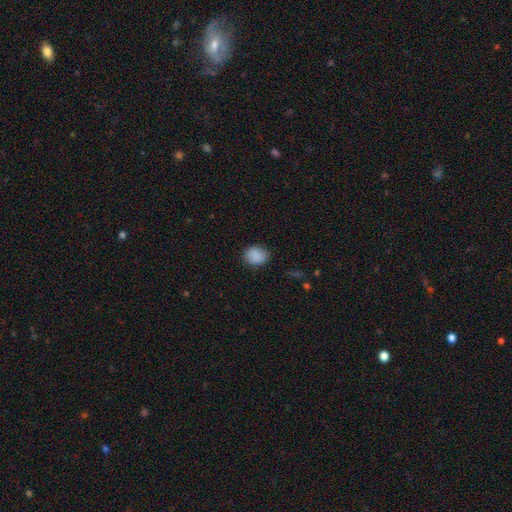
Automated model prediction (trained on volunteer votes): A smooth galaxy with no disk features (88%) that is round (54%). Merging: none (83%).